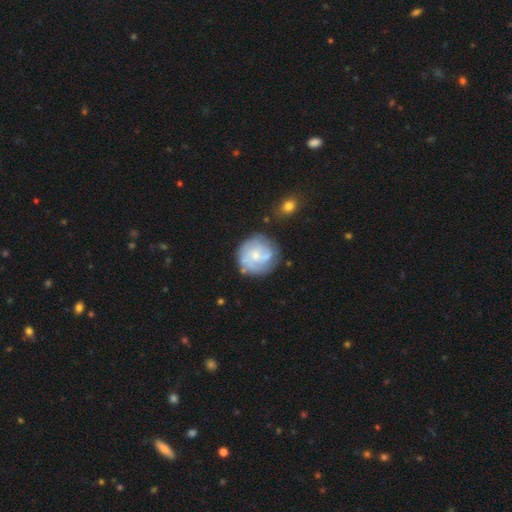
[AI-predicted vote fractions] Q: Smooth or featured?
A: featured or disk (66%); runner-up: smooth (28%)
Q: Edge-on disk?
A: no (98%); runner-up: yes (2%)
Q: Bar?
A: no (70%); runner-up: weak (26%)
Q: Spiral arms?
A: yes (84%); runner-up: no (16%)
Q: Spiral winding?
A: tight (56%); runner-up: medium (33%)
Q: Spiral arm count?
A: can't tell (35%); runner-up: 2 (26%)
Q: Bulge size?
A: small (54%); runner-up: moderate (36%)
Q: Merging?
A: none (71%); runner-up: minor disturbance (17%)